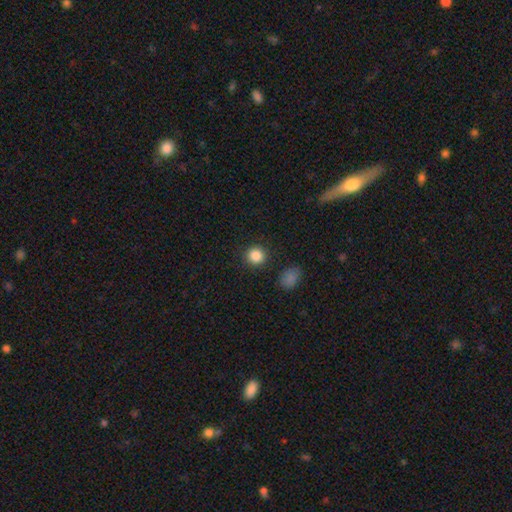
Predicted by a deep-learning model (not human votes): The model was most divided on "smooth or featured": smooth: 86%, star or artifact: 10%, featured or disk: 4%. More confident: how rounded — round (91%); merging — none (90%).